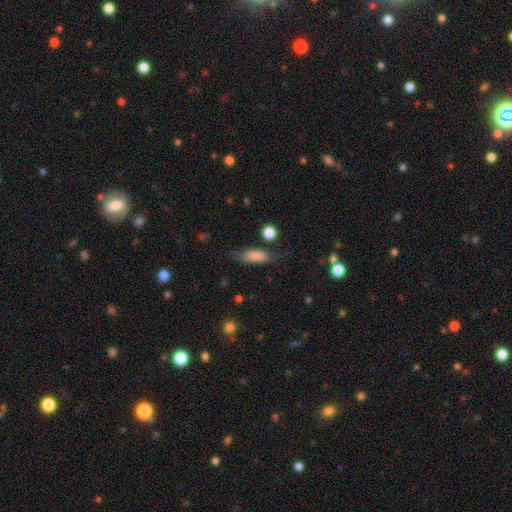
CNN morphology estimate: Smooth or featured: smooth — 73% (featured or disk — 19%)
How rounded: in between — 63% (cigar-shaped — 33%)
Merging: none — 59% (minor disturbance — 26%)